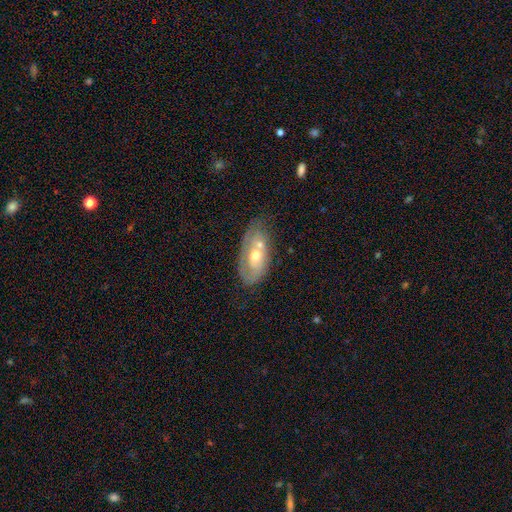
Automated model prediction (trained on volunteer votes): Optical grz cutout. It shows a featured or disk galaxy (66%) with no bar (77%), spiral arms (64%) and a moderate central bulge (62%). Merging: none (44%).